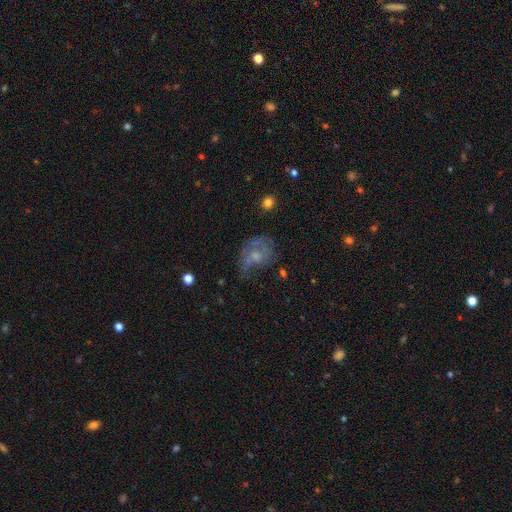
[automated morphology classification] smooth-or-featured: featured or disk: 56% | smooth: 31% | star or artifact: 13%
  disk-edge-on: no: 97% | yes: 3%
    bar: no: 80% | weak: 18% | strong: 3%
    has-spiral-arms: yes: 59% | no: 41%
    bulge-size: small: 44% | moderate: 36% | none: 15% | large: 4% | dominant: 1%
  merging: major disturbance: 35% | none: 34% | minor disturbance: 25% | merger: 6%